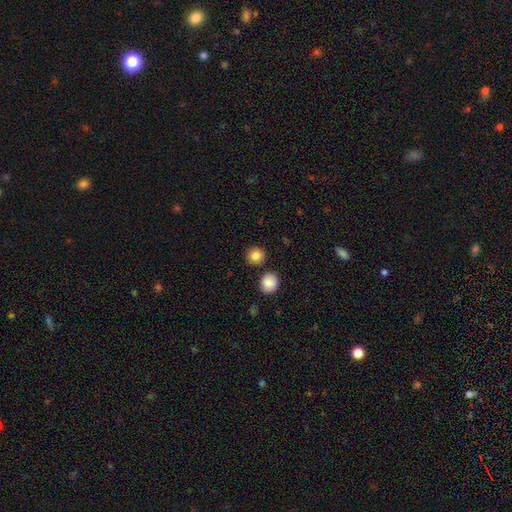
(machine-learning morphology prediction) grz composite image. It shows a smooth galaxy with no disk features (85%) that is round (90%). Merging: none (84%).